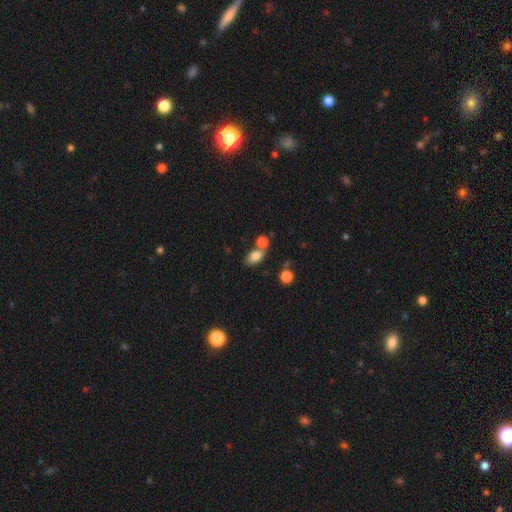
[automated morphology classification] A smooth galaxy with no disk features (80%) that is in between round and cigar-shaped (84%).

Vote fractions:
- Smooth or featured? smooth: 80% / star or artifact: 10% / featured or disk: 10%
- How rounded? in between: 84% / round: 14% / cigar-shaped: 2%
- Merging? none: 48% / merger: 35% / minor disturbance: 12% / major disturbance: 5%